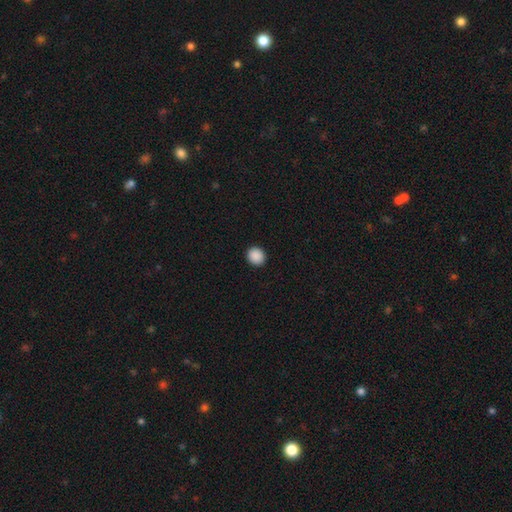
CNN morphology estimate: Smooth or featured: smooth — 89% (star or artifact — 8%)
How rounded: round — 83% (in between — 16%)
Merging: none — 92% (minor disturbance — 5%)